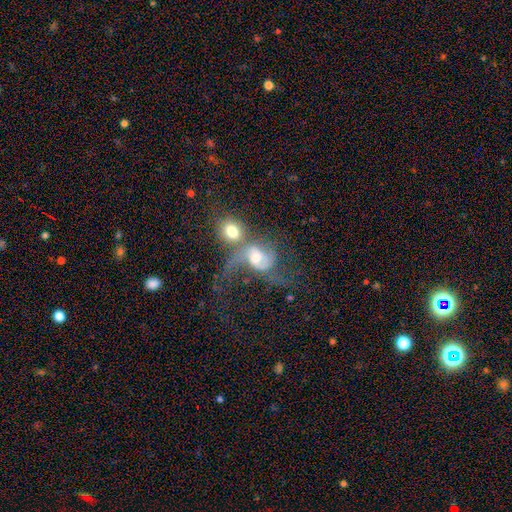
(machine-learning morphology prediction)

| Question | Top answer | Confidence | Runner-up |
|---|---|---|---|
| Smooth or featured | featured or disk | 61% | smooth (26%) |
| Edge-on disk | no | 96% | yes (4%) |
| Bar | no | 63% | weak (29%) |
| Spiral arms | yes | 78% | no (22%) |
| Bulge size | moderate | 54% | small (21%) |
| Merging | merger | 62% | major disturbance (19%) |